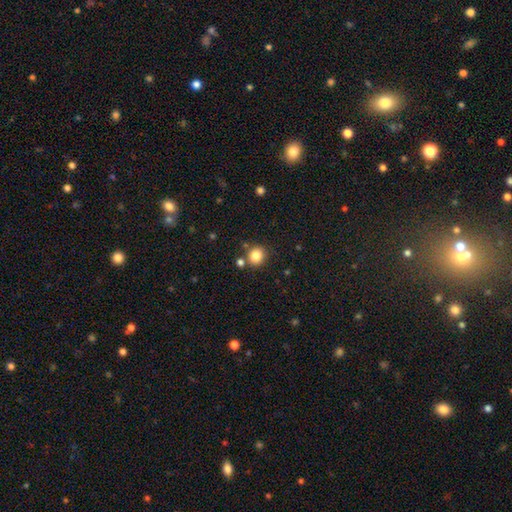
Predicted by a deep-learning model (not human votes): Smooth or featured? Predicted: smooth (p=0.83). How rounded? Predicted: round (p=0.84). Merging? Predicted: none (p=0.79).